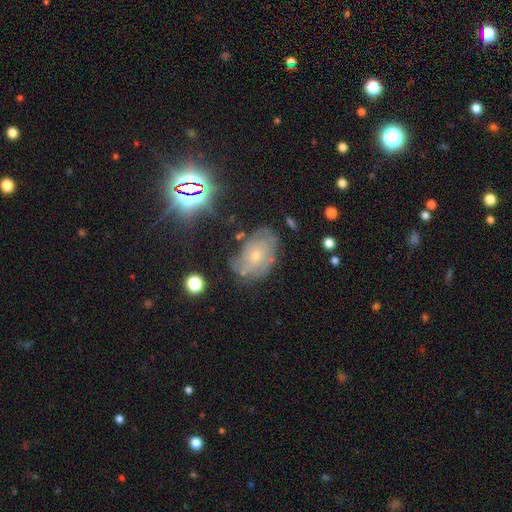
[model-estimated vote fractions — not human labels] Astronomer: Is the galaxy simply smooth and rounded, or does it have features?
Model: featured or disk — 63%.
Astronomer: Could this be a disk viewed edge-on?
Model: no — 95%.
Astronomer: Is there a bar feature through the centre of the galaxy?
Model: no — 82%.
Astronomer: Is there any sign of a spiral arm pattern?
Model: yes — 77%.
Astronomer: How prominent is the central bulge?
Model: small — 66%.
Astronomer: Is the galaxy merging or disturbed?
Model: none — 63%.